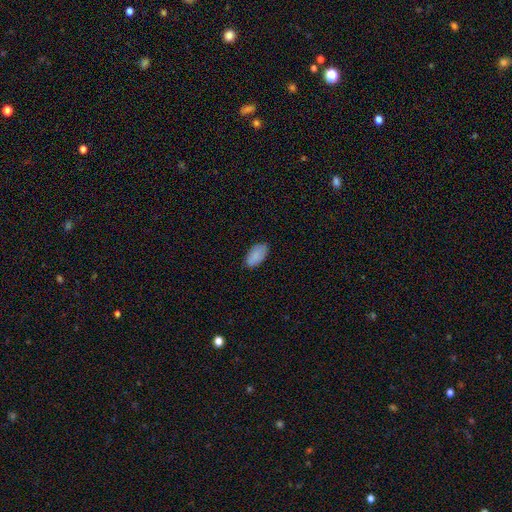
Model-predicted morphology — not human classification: smooth_or_featured: smooth (p=0.87) [alt: featured or disk p=0.07]
how_rounded: in between (p=0.95) [alt: round p=0.03]
merging: none (p=0.83) [alt: minor disturbance p=0.13]